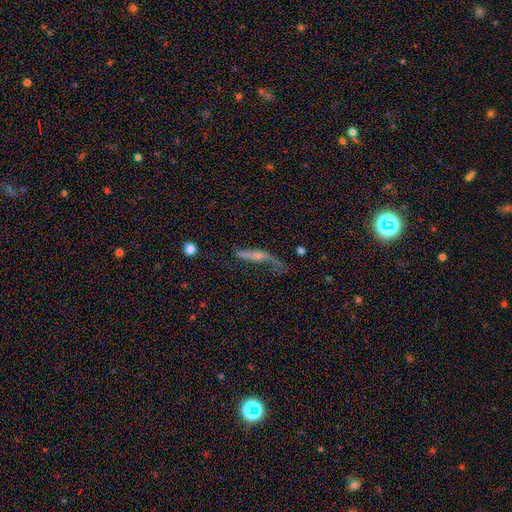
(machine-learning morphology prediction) Smooth or featured? Predicted: featured or disk (p=0.56). Edge-on disk? Predicted: yes (p=0.54). Merging? Predicted: major disturbance (p=0.36).